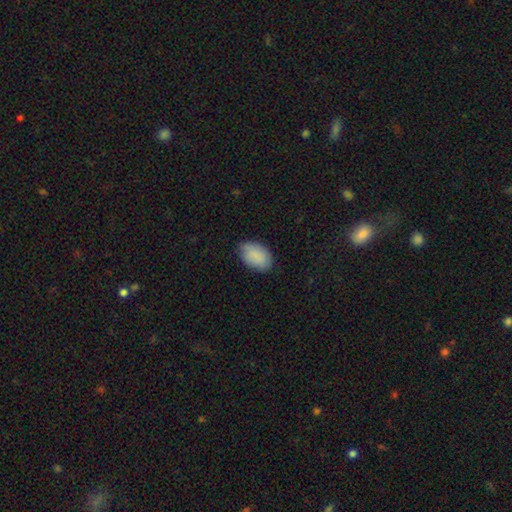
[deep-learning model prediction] A smooth galaxy with no disk features (88%) that is in between round and cigar-shaped (90%). Merging: none (77%).